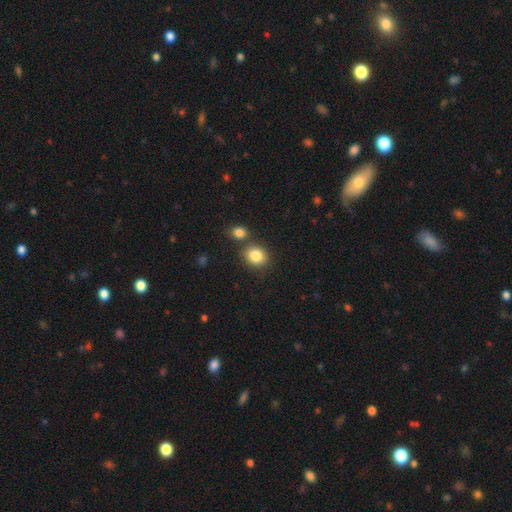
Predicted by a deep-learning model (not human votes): Smooth or featured? Predicted: smooth (p=0.84). How rounded? Predicted: round (p=0.70). Merging? Predicted: none (p=0.68).